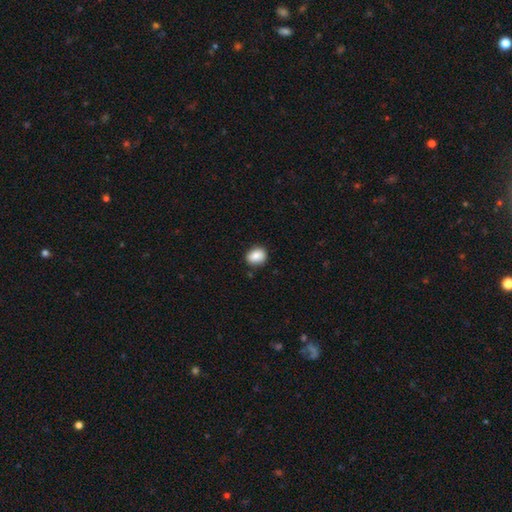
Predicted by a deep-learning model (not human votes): smooth 86%, star or artifact 8%, featured or disk 5%. Down the decision tree: how rounded — round (58%); merging — none (86%).